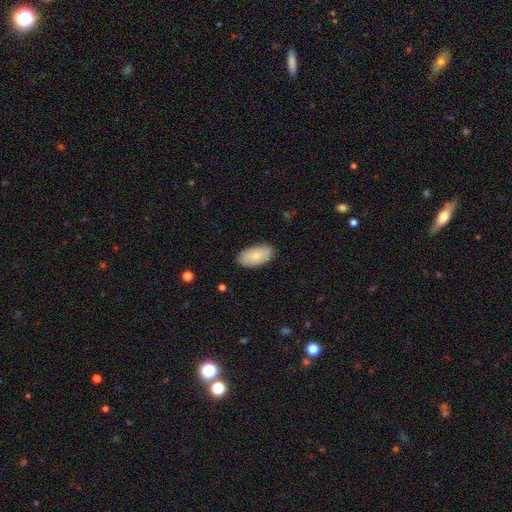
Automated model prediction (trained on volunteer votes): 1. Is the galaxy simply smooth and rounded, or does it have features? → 78% smooth, 16% featured or disk, 6% star or artifact.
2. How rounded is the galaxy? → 94% in between, 3% cigar-shaped, 2% round.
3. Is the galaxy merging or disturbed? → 86% none, 11% minor disturbance, 2% major disturbance, 1% merger.